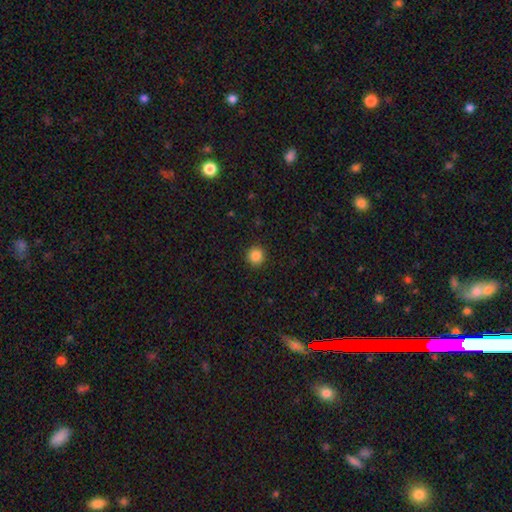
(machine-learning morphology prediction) Overall: smooth (86%). How rounded: round (94%). Merging: none (92%).